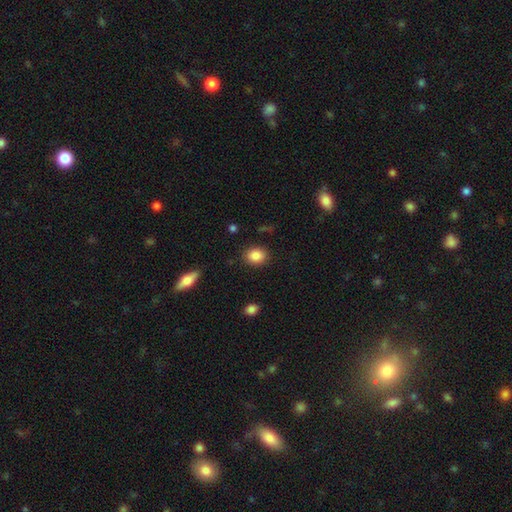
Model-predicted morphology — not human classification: Smooth or featured? Predicted: smooth (p=0.86). How rounded? Predicted: in between (p=0.49, tied with round). Merging? Predicted: none (p=0.87).